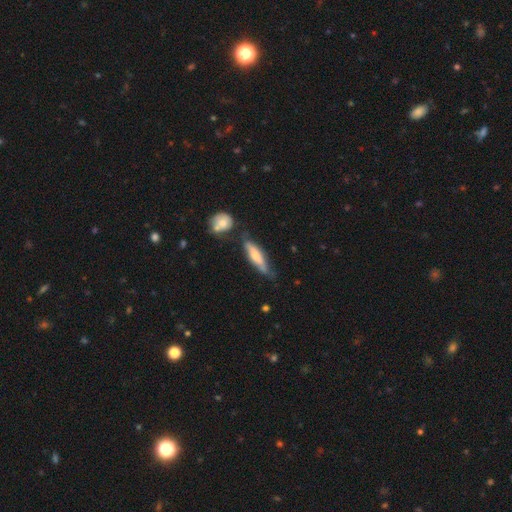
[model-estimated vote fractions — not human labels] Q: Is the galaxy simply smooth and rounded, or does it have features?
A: smooth — 55%.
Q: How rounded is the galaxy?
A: cigar-shaped — 72%.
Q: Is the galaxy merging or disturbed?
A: none — 59%.